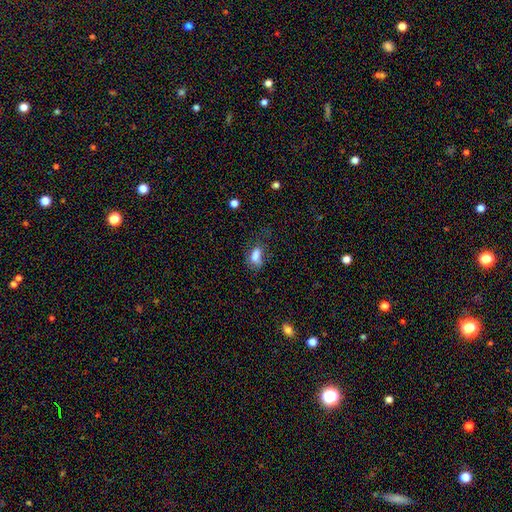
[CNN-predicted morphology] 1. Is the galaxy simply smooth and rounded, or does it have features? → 77% smooth, 12% star or artifact, 12% featured or disk.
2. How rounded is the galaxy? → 83% in between, 10% round, 6% cigar-shaped.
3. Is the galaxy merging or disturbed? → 39% none, 28% minor disturbance, 25% major disturbance, 9% merger.